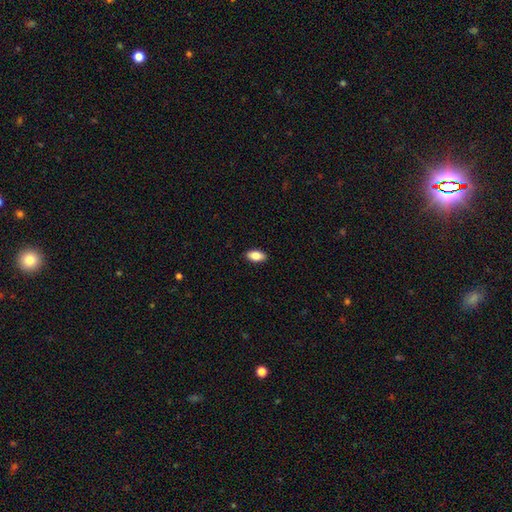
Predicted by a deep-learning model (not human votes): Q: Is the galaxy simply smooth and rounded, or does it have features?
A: smooth — 86%.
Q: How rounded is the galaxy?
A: in between — 92%.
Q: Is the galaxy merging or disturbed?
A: none — 90%.